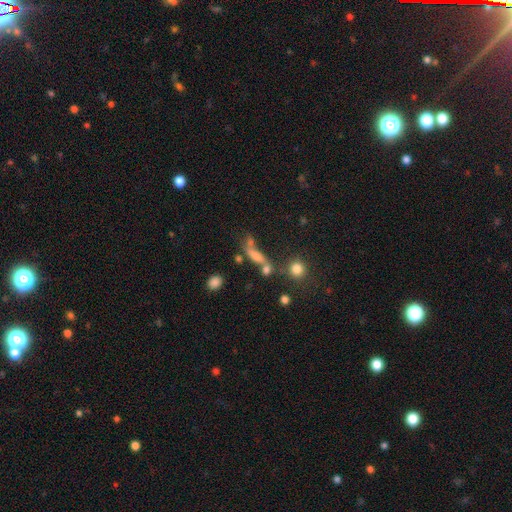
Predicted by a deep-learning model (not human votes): Smooth or featured?
  - smooth: 55% *
  - featured or disk: 30%
  - star or artifact: 15%
How rounded?
  - cigar-shaped: 48% *
  - in between: 41%
  - round: 11%
Merging?
  - merger: 35% * (tied)
  - none: 35% * (tied)
  - minor disturbance: 16%
  - major disturbance: 15%